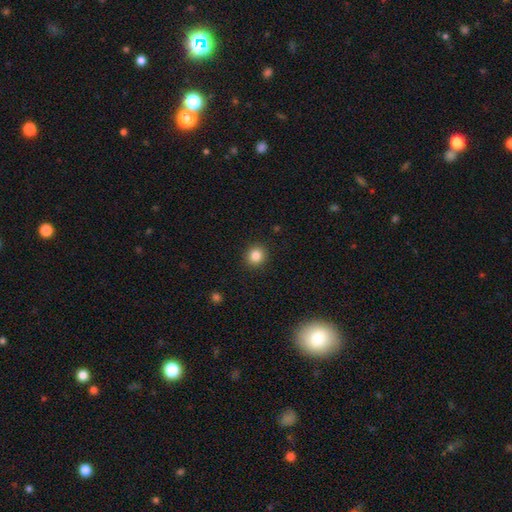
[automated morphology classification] A smooth galaxy with no disk features (85%) that is round (88%). Merging: none (91%).